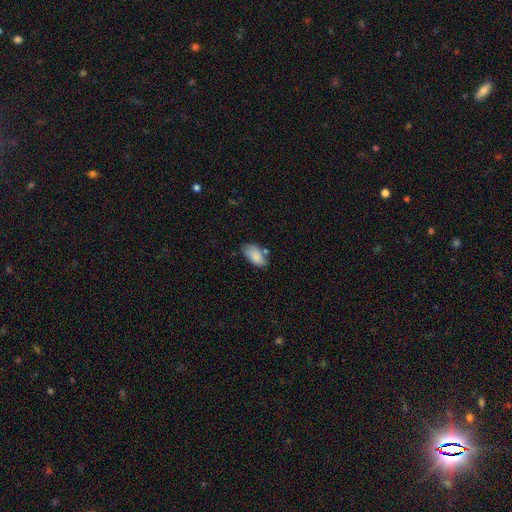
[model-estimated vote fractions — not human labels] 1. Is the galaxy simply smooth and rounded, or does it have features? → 83% smooth, 9% featured or disk, 7% star or artifact.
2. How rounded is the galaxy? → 93% in between, 4% round, 3% cigar-shaped.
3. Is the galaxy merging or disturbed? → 59% none, 25% minor disturbance, 10% merger, 6% major disturbance.